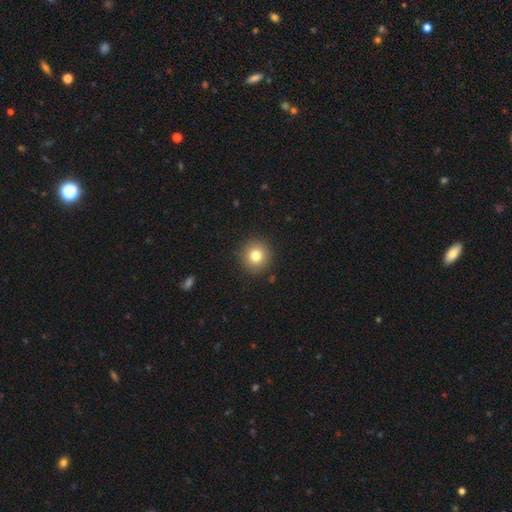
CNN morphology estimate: Q: Smooth or featured?
A: smooth (80%); runner-up: star or artifact (11%)
Q: How rounded?
A: round (94%); runner-up: in between (5%)
Q: Merging?
A: none (91%); runner-up: minor disturbance (6%)